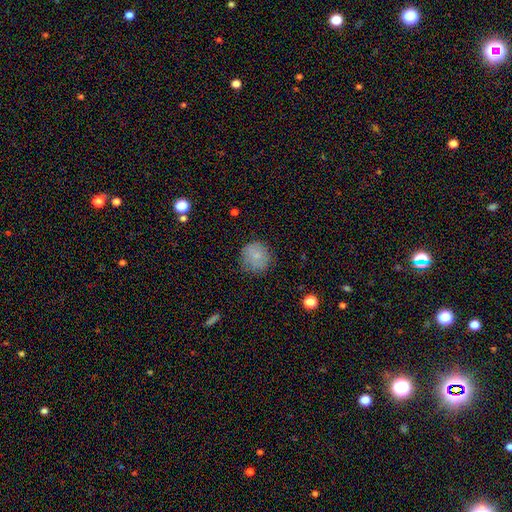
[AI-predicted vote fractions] A smooth galaxy with no disk features (79%) that is round (88%).

Vote fractions:
- Smooth or featured? smooth: 79% / featured or disk: 11% / star or artifact: 10%
- How rounded? round: 88% / in between: 11% / cigar-shaped: 1%
- Merging? none: 75% / minor disturbance: 18% / major disturbance: 5% / merger: 1%